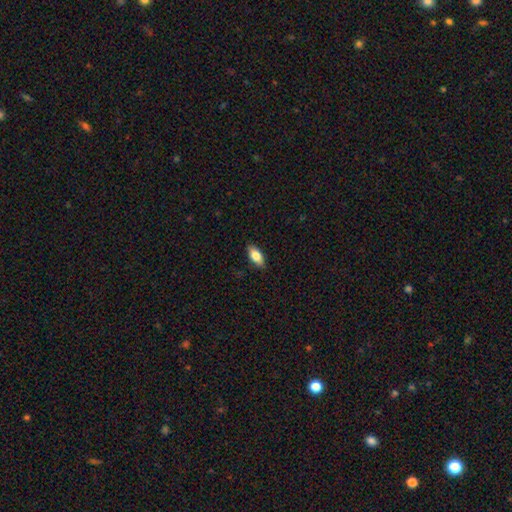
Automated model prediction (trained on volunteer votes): smooth 79%, featured or disk 15%, star or artifact 7%. Down the decision tree: how rounded — in between (85%); merging — none (88%).